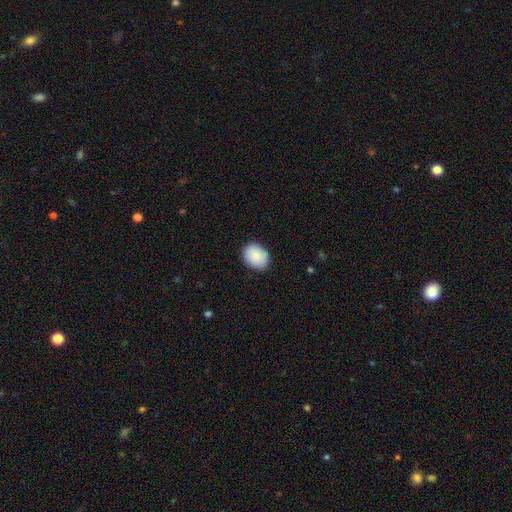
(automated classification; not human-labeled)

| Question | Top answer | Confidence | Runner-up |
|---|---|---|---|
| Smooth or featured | smooth | 89% | star or artifact (7%) |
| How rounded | in between | 58% | round (42%) |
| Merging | none | 87% | minor disturbance (10%) |